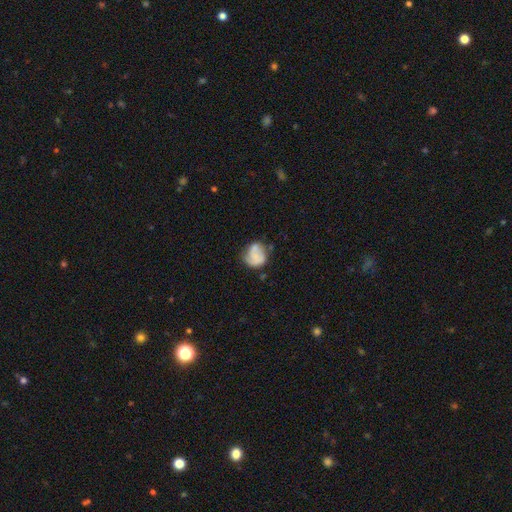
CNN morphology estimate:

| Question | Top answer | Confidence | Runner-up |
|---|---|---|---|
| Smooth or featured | smooth | 62% | featured or disk (29%) |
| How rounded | round | 70% | in between (29%) |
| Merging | none | 46% | minor disturbance (31%) |